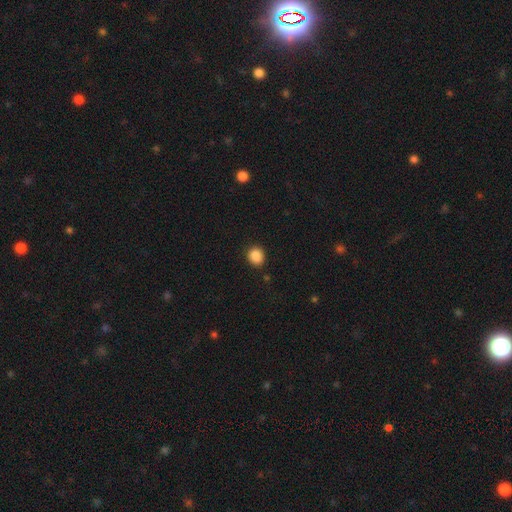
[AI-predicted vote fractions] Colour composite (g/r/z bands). It shows a smooth galaxy with no disk features (88%) that is round (73%). Merging: none (86%).